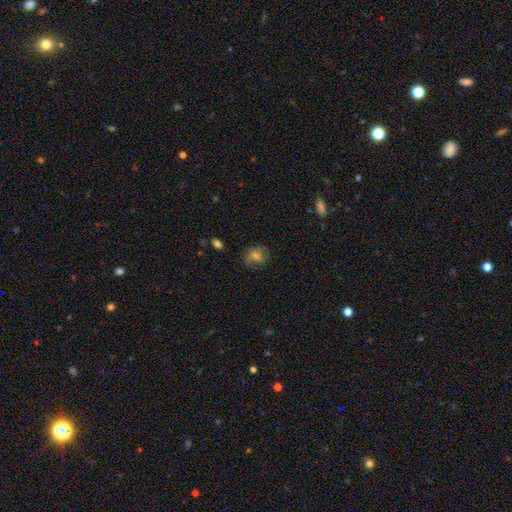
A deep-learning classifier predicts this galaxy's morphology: Smooth or featured? Predicted: smooth (p=0.61). How rounded? Predicted: round (p=0.60). Merging? Predicted: none (p=0.68).